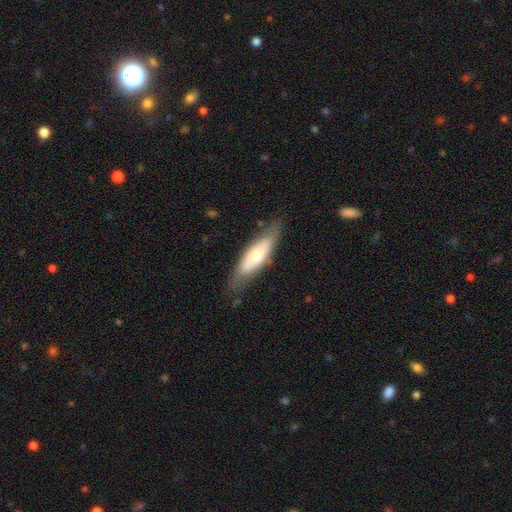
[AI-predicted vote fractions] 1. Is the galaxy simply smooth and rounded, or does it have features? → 56% smooth, 39% featured or disk, 6% star or artifact.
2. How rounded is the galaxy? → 52% cigar-shaped, 46% in between, 2% round.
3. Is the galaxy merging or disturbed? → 75% none, 18% minor disturbance, 5% major disturbance, 2% merger.